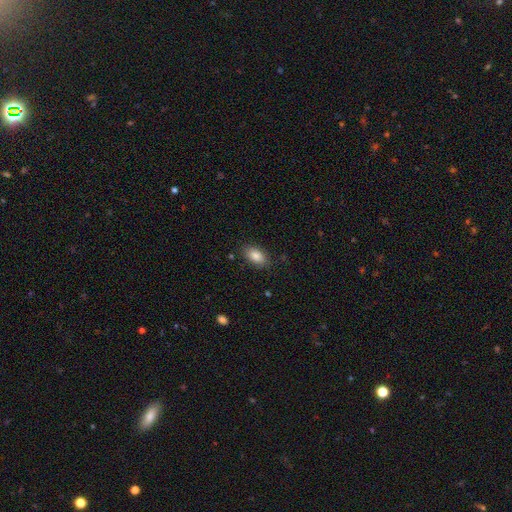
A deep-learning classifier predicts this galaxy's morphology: smooth-or-featured: smooth: 85% | star or artifact: 8% | featured or disk: 7%
  how-rounded: in between: 91% | round: 6% | cigar-shaped: 3%
  merging: none: 85% | minor disturbance: 11% | major disturbance: 3% | merger: 1%